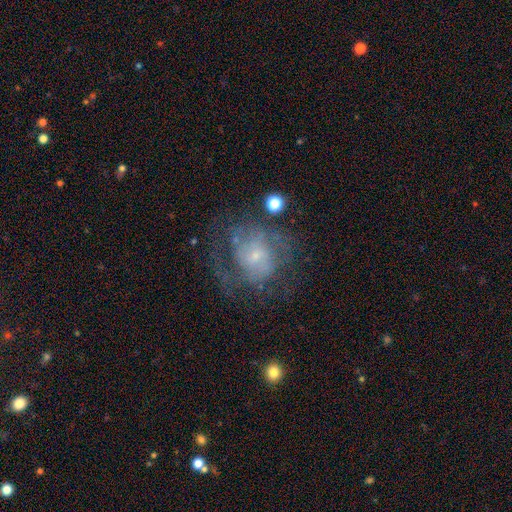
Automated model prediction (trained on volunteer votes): This is likely a featured or disk galaxy (66%). It is clearly not viewed edge-on (97%). Bar: likely no (64%). Spiral arm pattern: likely yes (73%). Central bulge: likely small (70%). Merging: possibly none (53%).